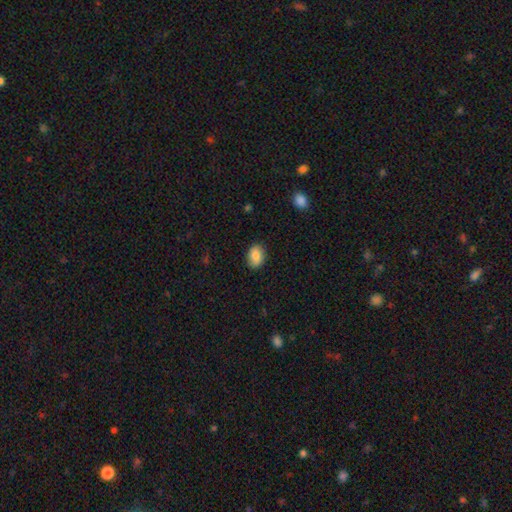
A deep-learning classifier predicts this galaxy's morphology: type=smooth (86%); roundness=in between (75%); merging=none (87%).